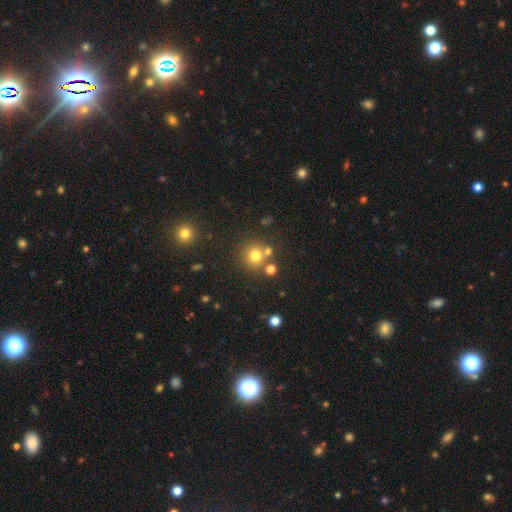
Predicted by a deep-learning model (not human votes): smooth 74%, star or artifact 17%, featured or disk 9%. Down the decision tree: how rounded — round (91%); merging — none (71%).